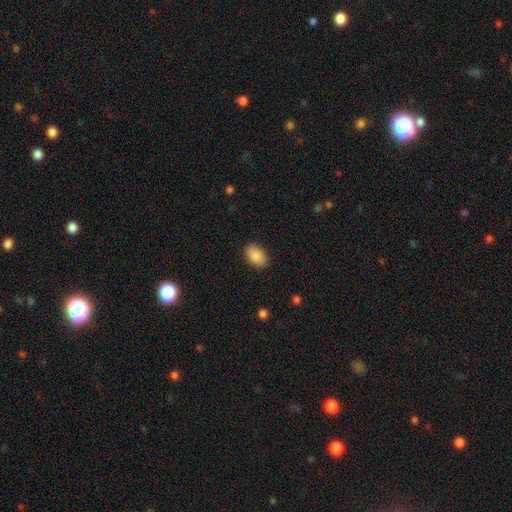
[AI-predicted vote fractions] Morphology: type=smooth (89%); roundness=in between (92%); merging=none (88%).